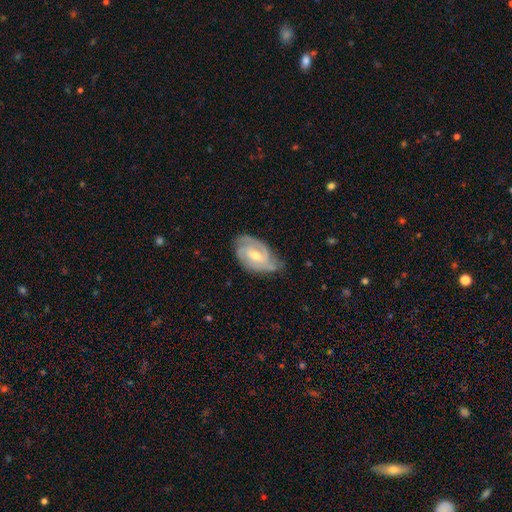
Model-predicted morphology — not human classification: The model was most divided on "bar": weak: 48%, no: 37%, strong: 15%. Remaining: edge-on disk — no (97%); spiral arms — yes (96%); smooth or featured — featured or disk (84%); merging — none (67%); bulge size — moderate (57%); spiral winding — tight (57%); spiral arm count — 2 (44%).